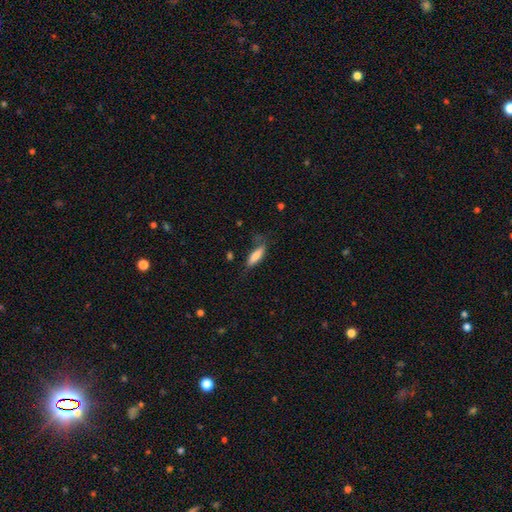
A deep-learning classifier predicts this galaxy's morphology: smooth 80%, featured or disk 13%, star or artifact 7%. Down the decision tree: how rounded — cigar-shaped (55%); merging — none (57%).